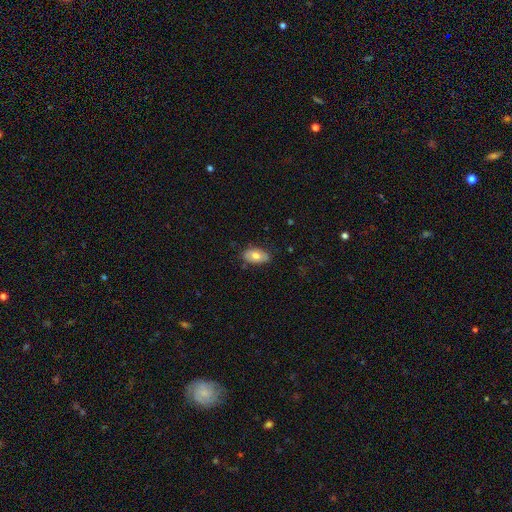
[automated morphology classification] A smooth galaxy with no disk features (70%) that is in between round and cigar-shaped (93%).

Vote fractions:
- Smooth or featured? smooth: 70% / featured or disk: 23% / star or artifact: 7%
- How rounded? in between: 93% / round: 5% / cigar-shaped: 2%
- Merging? none: 79% / minor disturbance: 17% / major disturbance: 3% / merger: 1%